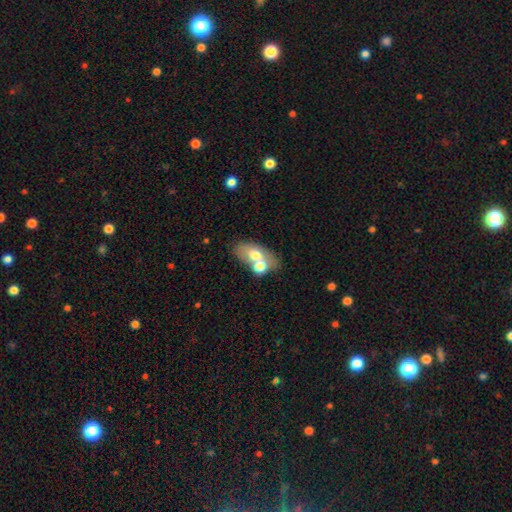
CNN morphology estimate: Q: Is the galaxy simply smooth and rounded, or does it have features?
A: smooth — 62%.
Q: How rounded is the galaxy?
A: in between — 85%.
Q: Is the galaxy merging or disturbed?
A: merger — 46%.